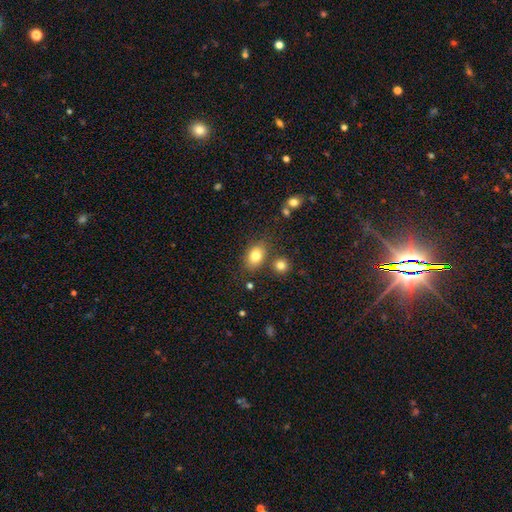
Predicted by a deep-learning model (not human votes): A smooth galaxy with no disk features (80%) that is in between round and cigar-shaped (75%).

Vote fractions:
- Smooth or featured? smooth: 80% / featured or disk: 10% / star or artifact: 10%
- How rounded? in between: 75% / round: 23% / cigar-shaped: 2%
- Merging? none: 74% / minor disturbance: 13% / merger: 10% / major disturbance: 4%